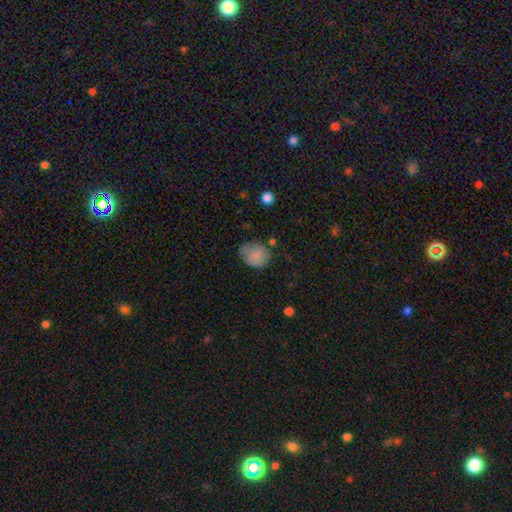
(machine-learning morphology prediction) This is clearly a smooth galaxy (81%). How rounded: likely round (61%). Merging: possibly none (59%).